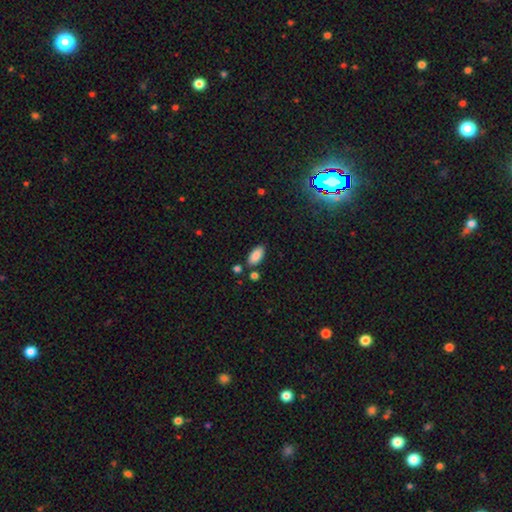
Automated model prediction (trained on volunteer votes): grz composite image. It shows a smooth galaxy with no disk features (88%) that is in between round and cigar-shaped (91%). Merging: none (78%).